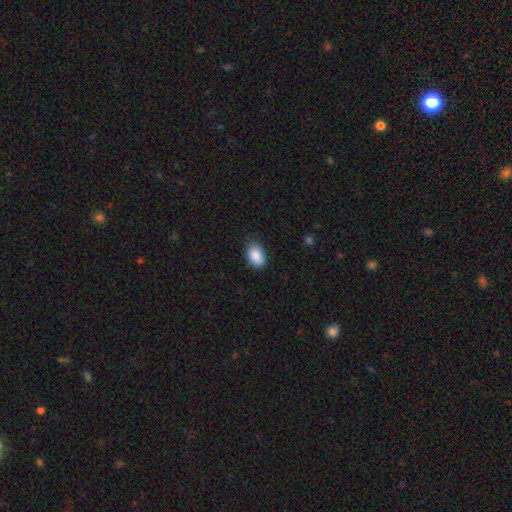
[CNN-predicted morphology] This is clearly a smooth galaxy (88%). How rounded: clearly in between (88%). Merging: likely none (76%).